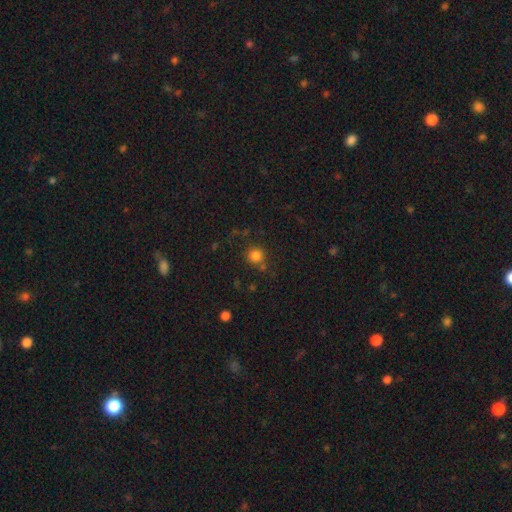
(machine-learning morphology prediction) smooth-or-featured: smooth: 81% | star or artifact: 13% | featured or disk: 5%
  how-rounded: round: 91% | in between: 8% | cigar-shaped: 1%
  merging: none: 74% | minor disturbance: 12% | merger: 10% | major disturbance: 5%